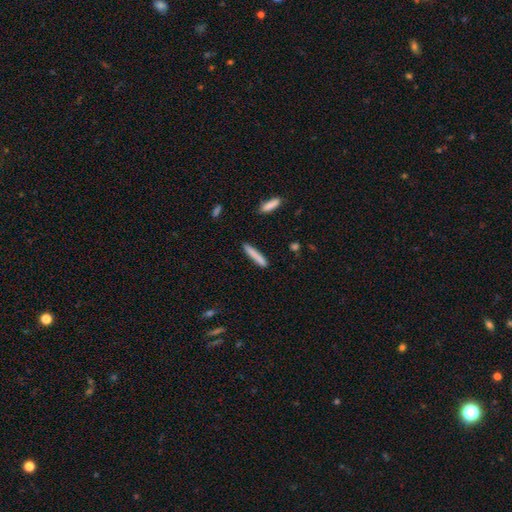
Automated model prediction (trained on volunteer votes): smooth_or_featured: smooth (p=0.80) [alt: featured or disk p=0.14]
how_rounded: cigar-shaped (p=0.94) [alt: in between p=0.05]
merging: none (p=0.88) [alt: minor disturbance p=0.08]